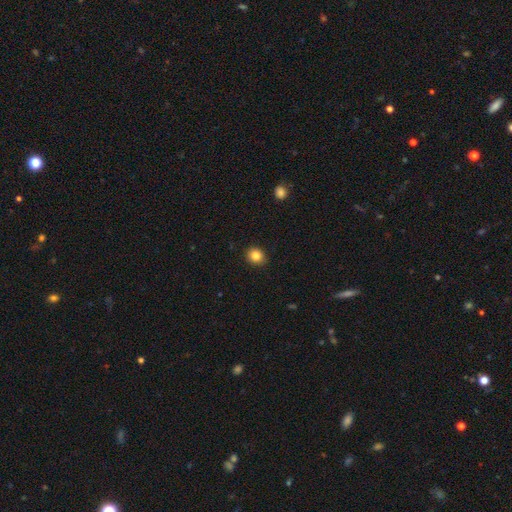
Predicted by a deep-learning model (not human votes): Morphology: type=smooth (84%); roundness=round (78%); merging=none (90%).